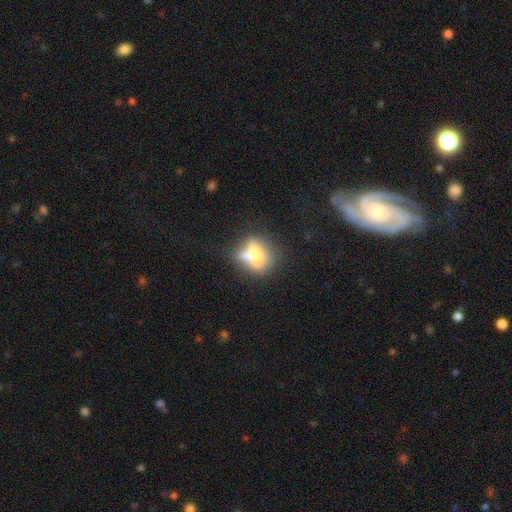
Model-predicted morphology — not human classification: The model was most divided on "how rounded": in between: 47%, round: 43%, cigar-shaped: 10%. Remaining: smooth or featured — smooth (52%); merging — none (47%).